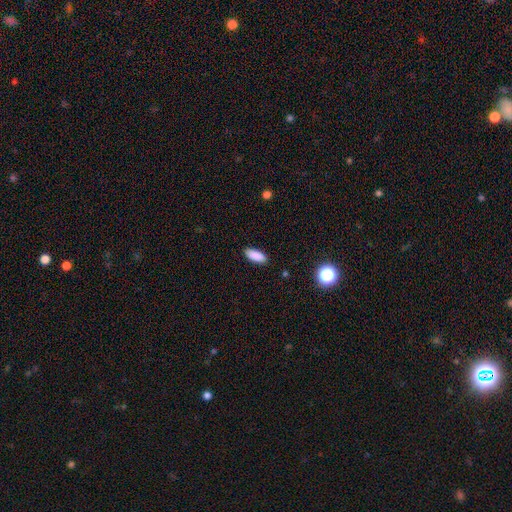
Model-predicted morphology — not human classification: Smooth or featured? smooth (88%)
How rounded? in between (76%)
Merging? none (88%)